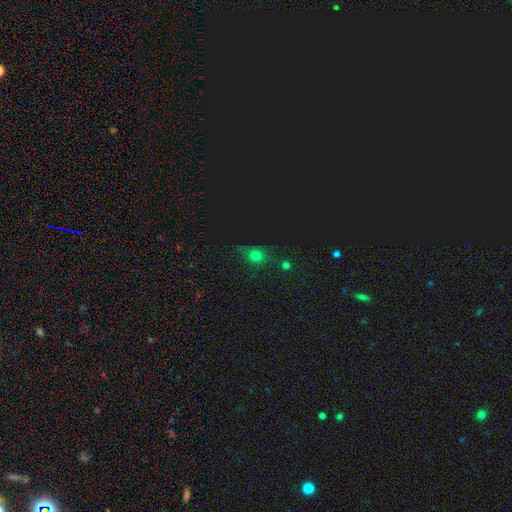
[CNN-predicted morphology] This appears to be a smooth galaxy with no disk features (59%) that is round (72%). Merging: none (71%).